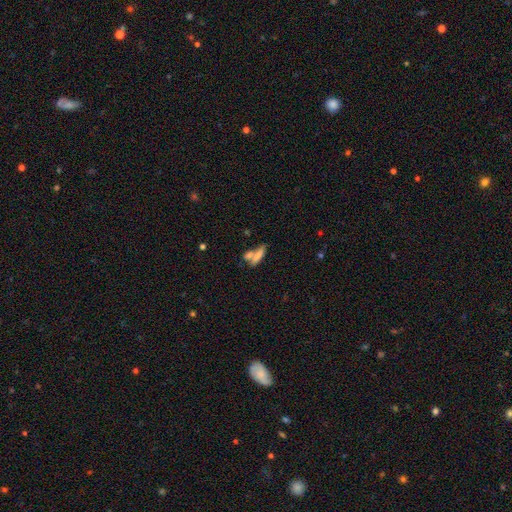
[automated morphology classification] Smooth or featured: smooth — 71% (featured or disk — 19%)
How rounded: cigar-shaped — 51% (in between — 44%)
Merging: merger — 49% (none — 35%)